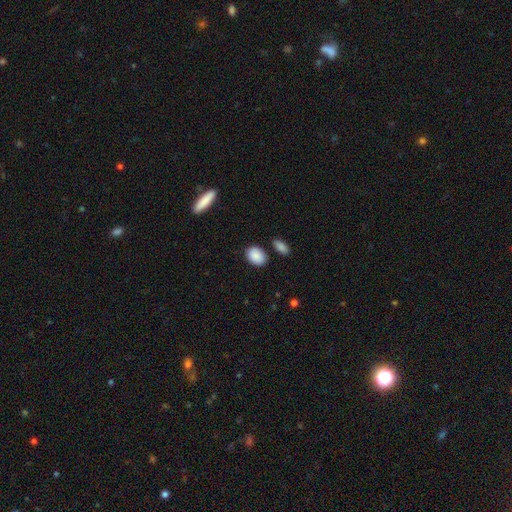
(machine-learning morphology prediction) Smooth or featured? Predicted: smooth (p=0.88). How rounded? Predicted: in between (p=0.76). Merging? Predicted: none (p=0.78).